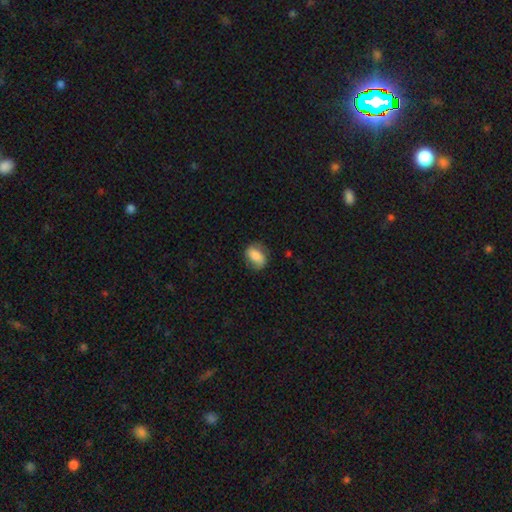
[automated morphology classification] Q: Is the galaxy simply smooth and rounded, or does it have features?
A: smooth — 73%.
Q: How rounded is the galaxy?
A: in between — 80%.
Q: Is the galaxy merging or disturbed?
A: none — 69%.